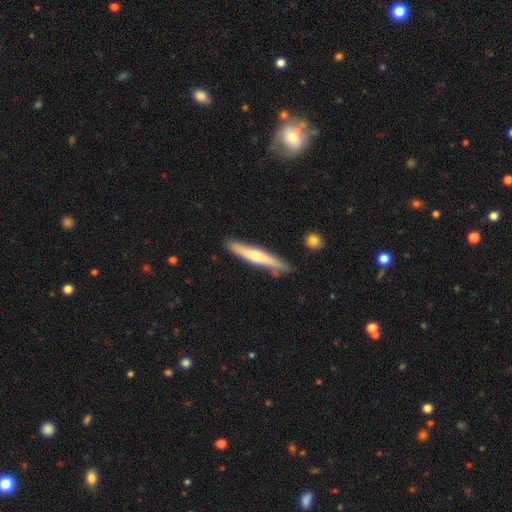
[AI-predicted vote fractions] This appears to be a smooth galaxy with no disk features (48%). Merging: none (82%).